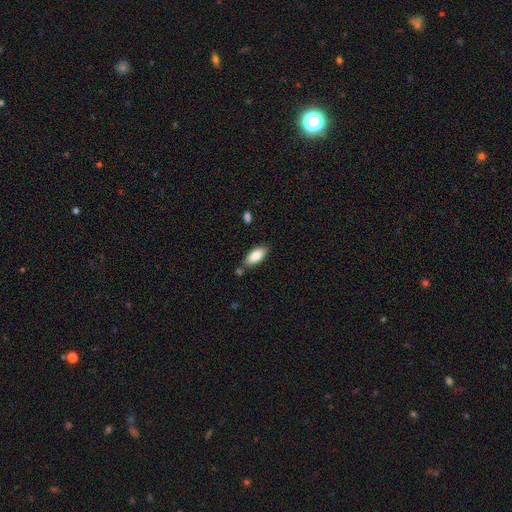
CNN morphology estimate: type=smooth (85%); roundness=in between (87%); merging=none (77%).